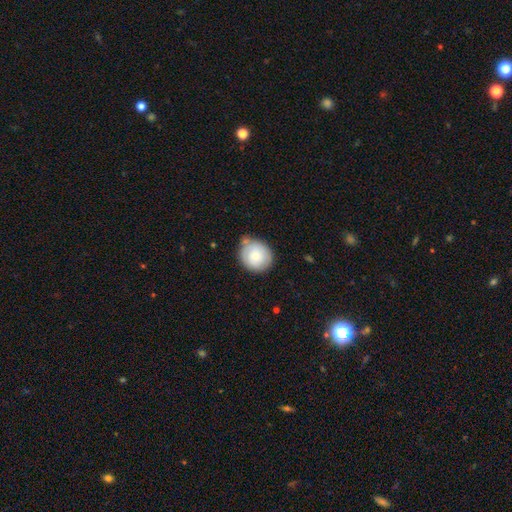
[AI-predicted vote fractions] A smooth galaxy with no disk features (69%) that is round (85%). Merging: none (64%).